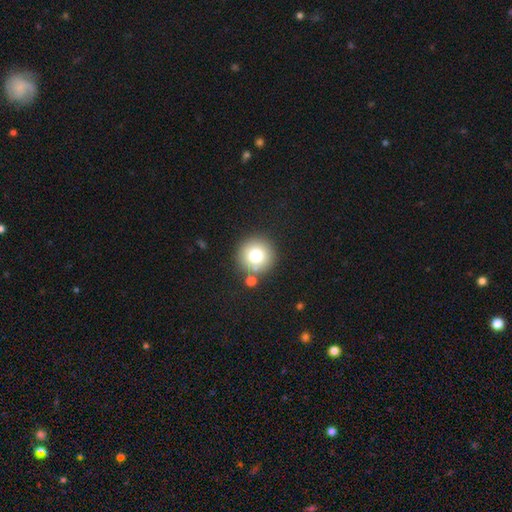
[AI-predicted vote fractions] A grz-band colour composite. It shows a smooth galaxy with no disk features (77%) that is round (95%). Merging: none (81%).